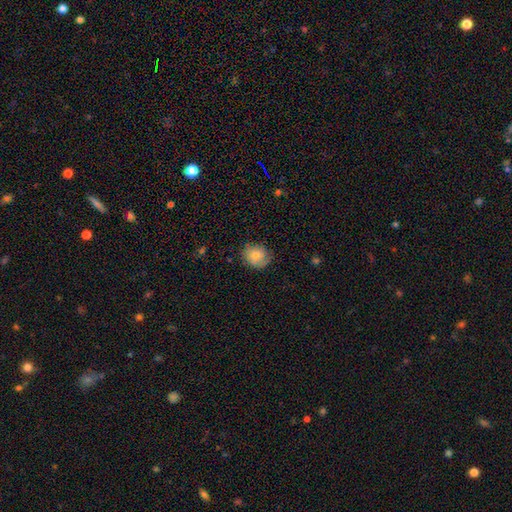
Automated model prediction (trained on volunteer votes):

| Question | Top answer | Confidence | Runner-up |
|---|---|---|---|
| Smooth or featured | smooth | 75% | featured or disk (17%) |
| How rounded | round | 73% | in between (26%) |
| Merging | none | 71% | minor disturbance (22%) |